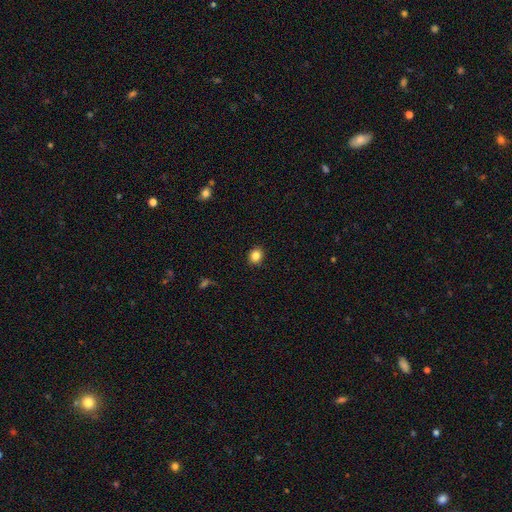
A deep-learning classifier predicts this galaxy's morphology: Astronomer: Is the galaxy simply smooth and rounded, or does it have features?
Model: smooth — 84%.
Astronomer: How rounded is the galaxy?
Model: round — 71%.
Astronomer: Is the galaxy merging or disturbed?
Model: none — 91%.